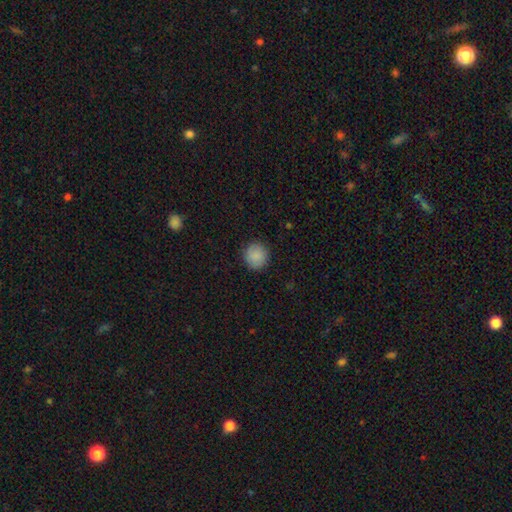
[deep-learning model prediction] A smooth galaxy with no disk features (89%) that is round (92%). Merging: none (90%).